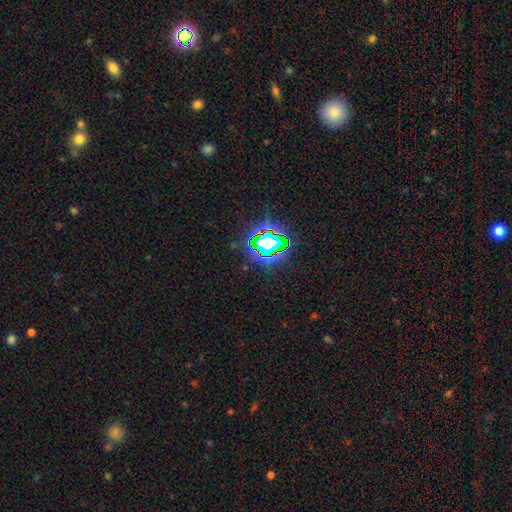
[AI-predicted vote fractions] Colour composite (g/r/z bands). It shows a star or artifact, not a galaxy (81%).